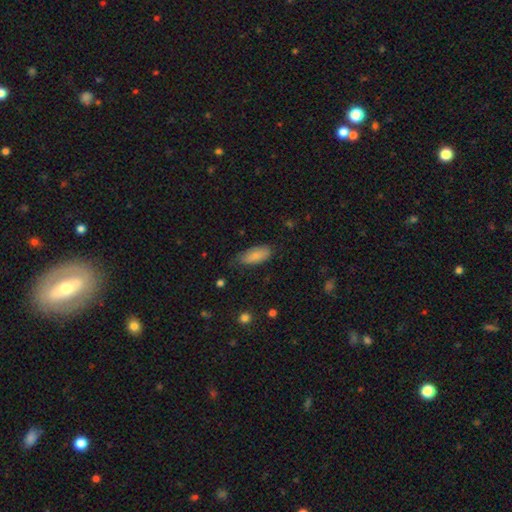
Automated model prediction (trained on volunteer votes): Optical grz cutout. It shows a smooth galaxy with no disk features (85%) that is in between round and cigar-shaped (86%). Merging: none (66%).